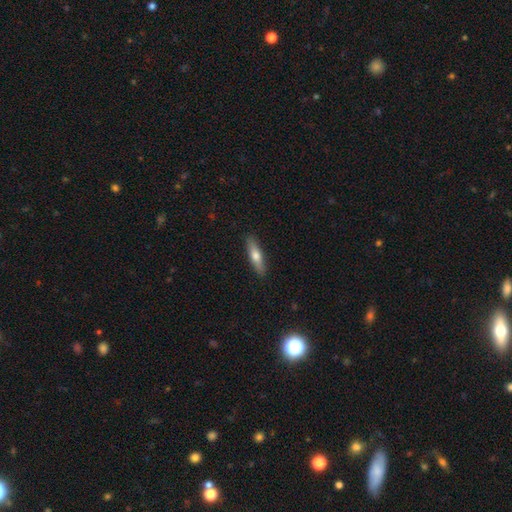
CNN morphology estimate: A smooth galaxy with no disk features (63%) that is cigar-shaped (73%). Merging: none (89%).